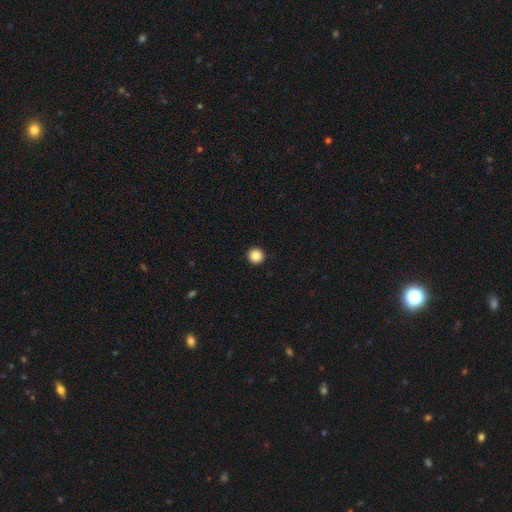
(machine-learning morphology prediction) A smooth galaxy with no disk features (87%) that is round (96%). Merging: none (94%).